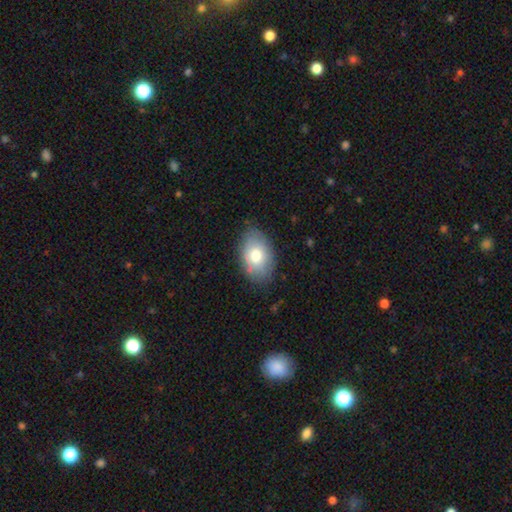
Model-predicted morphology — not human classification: This is likely a smooth galaxy (75%). How rounded: clearly in between (87%). Merging: likely none (80%).